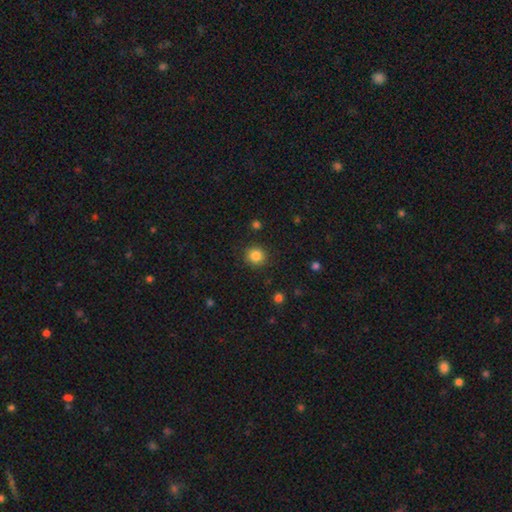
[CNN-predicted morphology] Smooth or featured: smooth — 85% (star or artifact — 11%)
How rounded: round — 92% (in between — 7%)
Merging: none — 90% (minor disturbance — 6%)